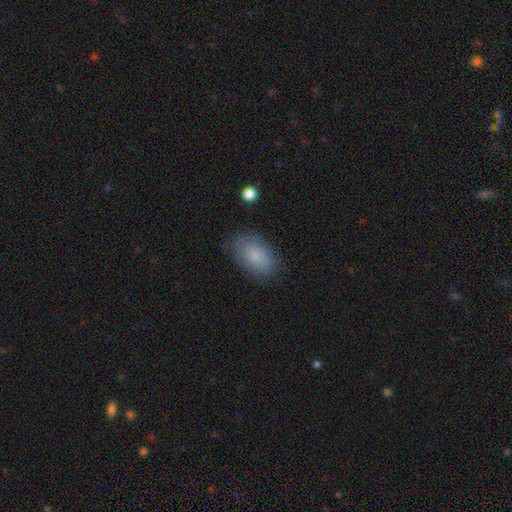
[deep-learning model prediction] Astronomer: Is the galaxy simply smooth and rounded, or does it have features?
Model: smooth — 83%.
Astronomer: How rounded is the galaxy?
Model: in between — 91%.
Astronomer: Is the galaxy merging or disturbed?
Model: none — 79%.